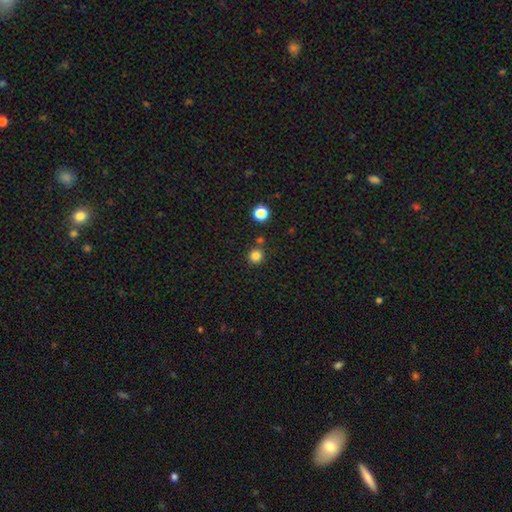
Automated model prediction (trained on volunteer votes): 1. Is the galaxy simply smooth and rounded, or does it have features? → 82% smooth, 13% star or artifact, 4% featured or disk.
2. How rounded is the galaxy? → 94% round, 5% in between, 1% cigar-shaped.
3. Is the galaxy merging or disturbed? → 81% none, 9% merger, 7% minor disturbance, 2% major disturbance.